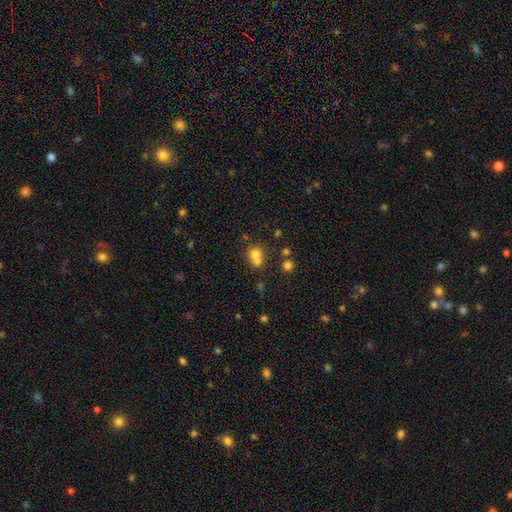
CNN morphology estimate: Smooth or featured? Predicted: smooth (p=0.71). How rounded? Predicted: round (p=0.76). Merging? Predicted: merger (p=0.58).